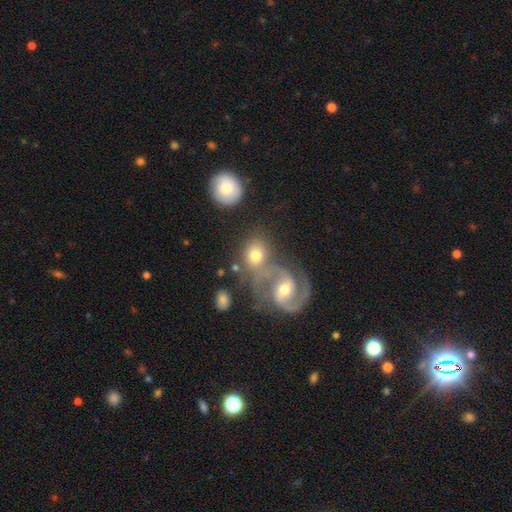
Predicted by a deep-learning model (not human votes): This appears to be a featured or disk galaxy (54%) with a weak bar (44%), spiral arms (90%) and a moderate central bulge (64%). Merging: merger (41%, tied with none).